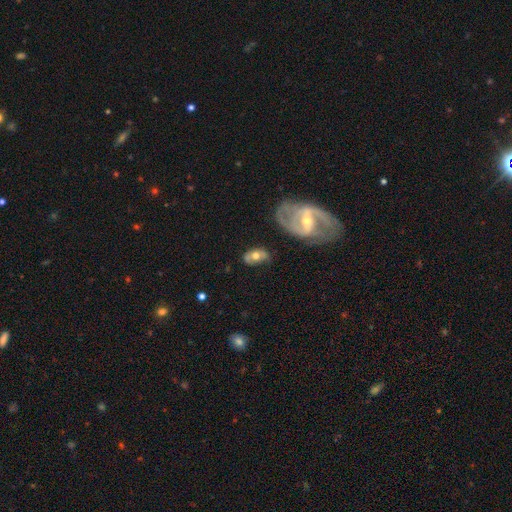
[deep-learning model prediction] The model was most divided on "smooth or featured" (2-way tie): smooth: 46%, featured or disk: 46%, star or artifact: 8%. Remaining: merging — none (49%).